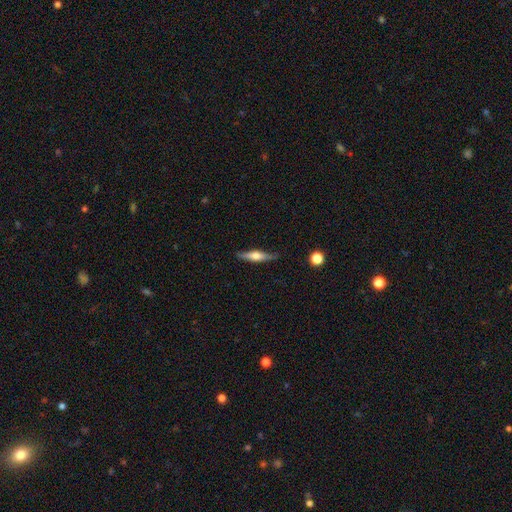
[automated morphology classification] featured or disk 57%, smooth 37%, star or artifact 6%. Down the decision tree: edge-on disk — yes (95%); edge-on bulge — rounded (85%); merging — none (83%).